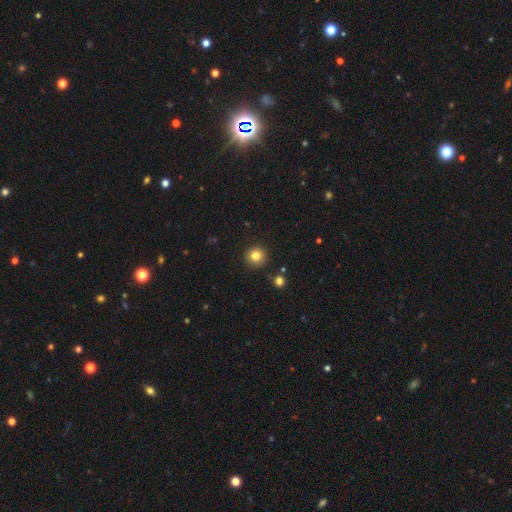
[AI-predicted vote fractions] Morphology: type=smooth (82%); roundness=round (94%); merging=none (90%).